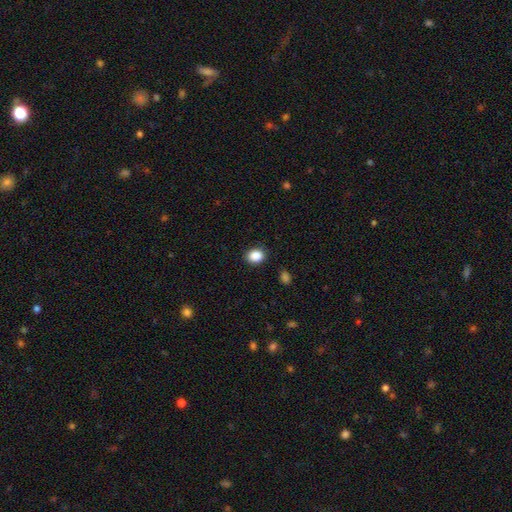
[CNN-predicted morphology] Overall: smooth (88%). How rounded: round (51%; in between 48%). Merging: none (88%).